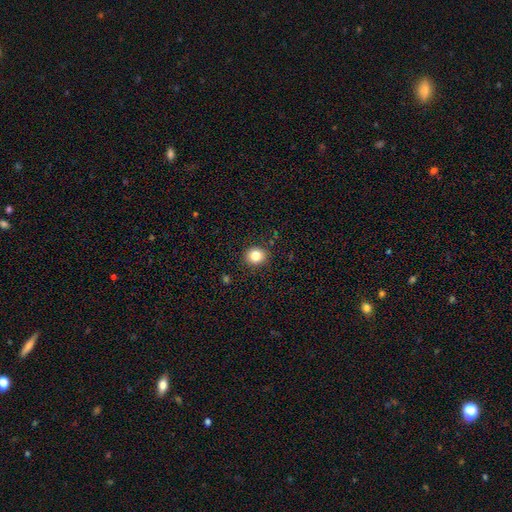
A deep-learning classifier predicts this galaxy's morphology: The model was most divided on "how rounded": round: 76%, in between: 23%, cigar-shaped: 1%. More confident: merging — none (90%); smooth or featured — smooth (83%).